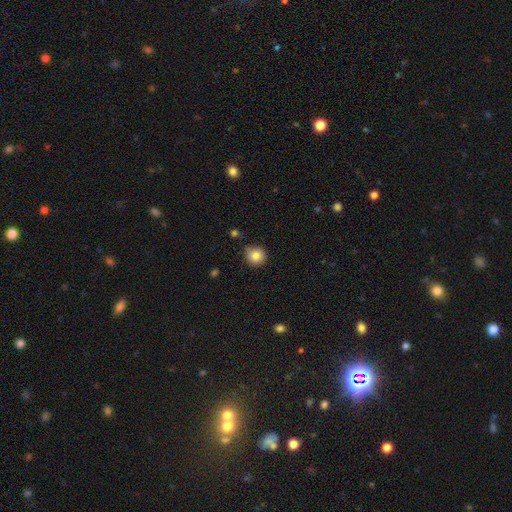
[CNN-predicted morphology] This appears to be a smooth galaxy with no disk features (82%) that is round (92%). Merging: none (76%).